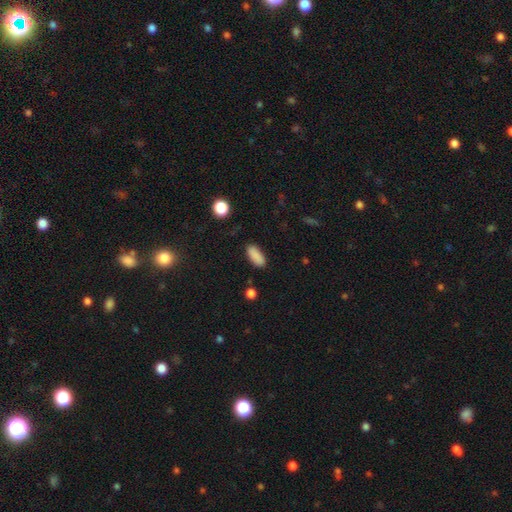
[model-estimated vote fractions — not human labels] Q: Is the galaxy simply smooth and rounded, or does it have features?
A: smooth — 88%.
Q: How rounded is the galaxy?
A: in between — 81%.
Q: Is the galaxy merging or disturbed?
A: none — 87%.